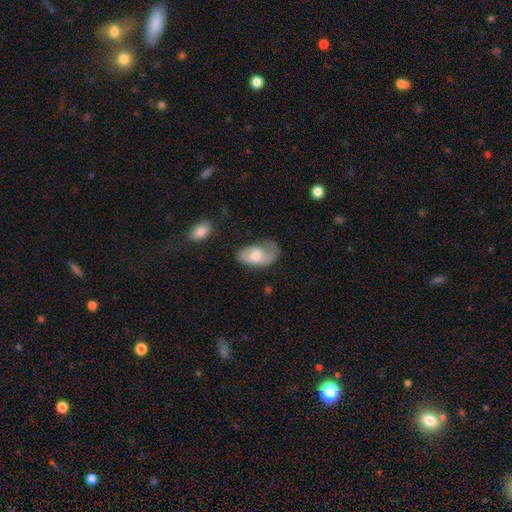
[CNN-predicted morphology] This appears to be a smooth galaxy with no disk features (62%) that is in between round and cigar-shaped (93%). Merging: none (37%).